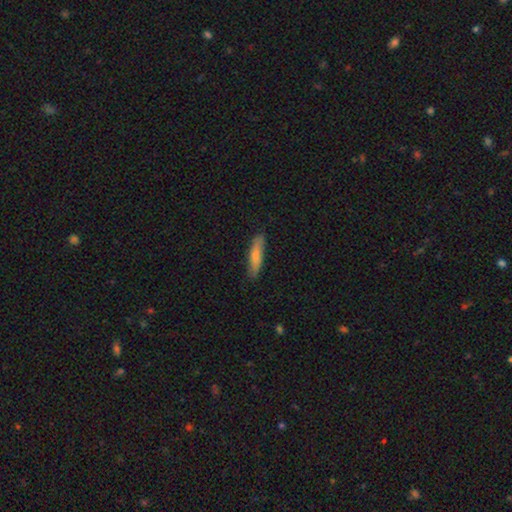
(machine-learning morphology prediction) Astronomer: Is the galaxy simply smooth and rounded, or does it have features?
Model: smooth — 71%.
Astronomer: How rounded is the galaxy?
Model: cigar-shaped — 77%.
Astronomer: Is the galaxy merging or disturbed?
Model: none — 83%.